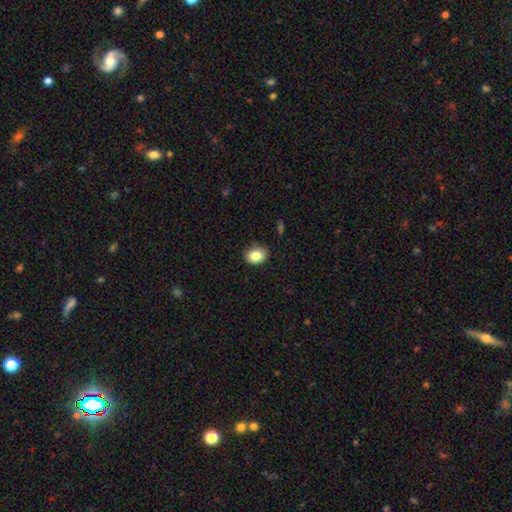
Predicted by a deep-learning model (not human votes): Smooth or featured: smooth — 84% (star or artifact — 9%)
How rounded: in between — 61% (round — 38%)
Merging: none — 83% (minor disturbance — 13%)